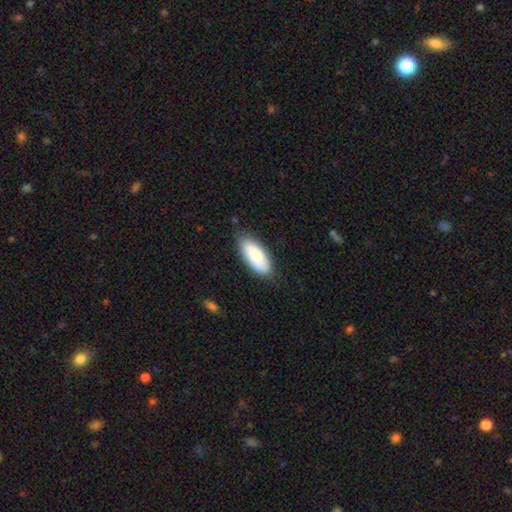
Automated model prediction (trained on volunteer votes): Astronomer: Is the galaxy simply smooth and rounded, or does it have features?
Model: smooth — 81%.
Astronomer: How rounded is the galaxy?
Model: in between — 83%.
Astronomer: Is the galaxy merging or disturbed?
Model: none — 78%.